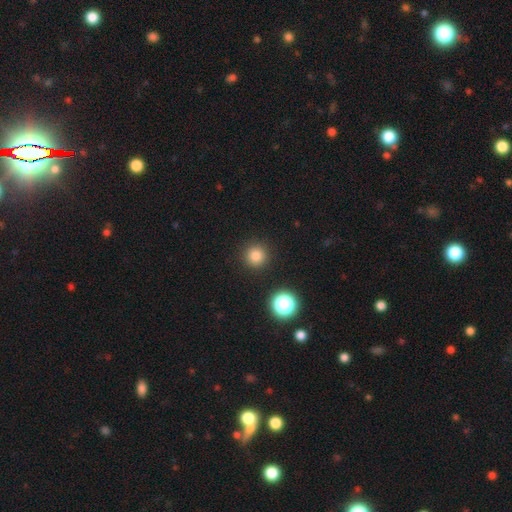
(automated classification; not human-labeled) The model was most divided on "smooth or featured": smooth: 81%, star or artifact: 14%, featured or disk: 4%. More confident: how rounded — round (96%); merging — none (91%).